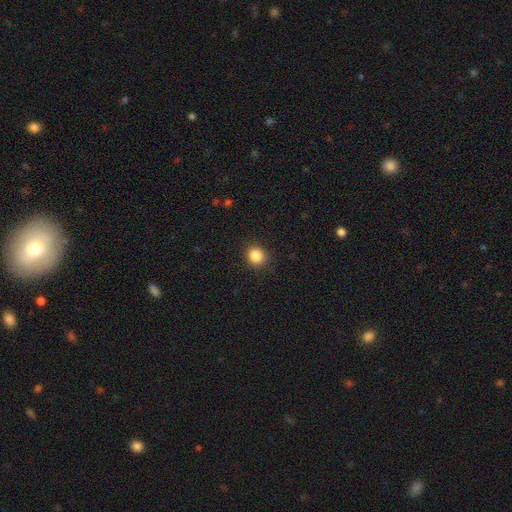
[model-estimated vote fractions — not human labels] Smooth or featured? smooth (86%)
How rounded? round (87%)
Merging? none (91%)